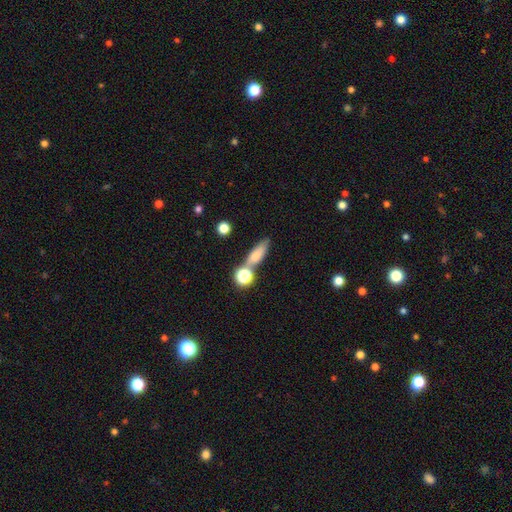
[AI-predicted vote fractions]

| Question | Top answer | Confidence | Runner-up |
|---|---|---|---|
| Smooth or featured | smooth | 69% | featured or disk (19%) |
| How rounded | cigar-shaped | 46% | in between (43%) |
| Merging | none | 57% | merger (23%) |